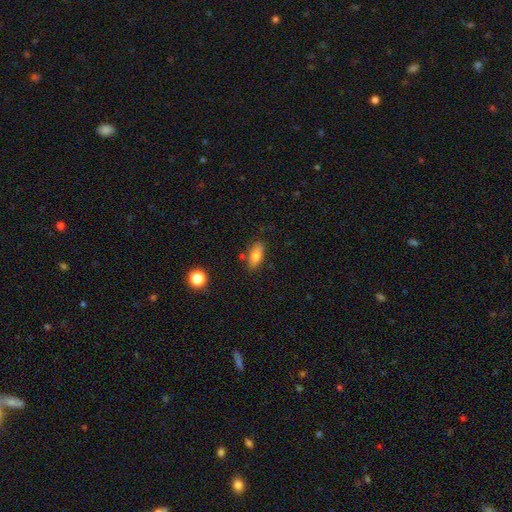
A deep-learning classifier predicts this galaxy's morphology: smooth 77%, featured or disk 15%, star or artifact 9%. Down the decision tree: how rounded — in between (85%); merging — none (79%).